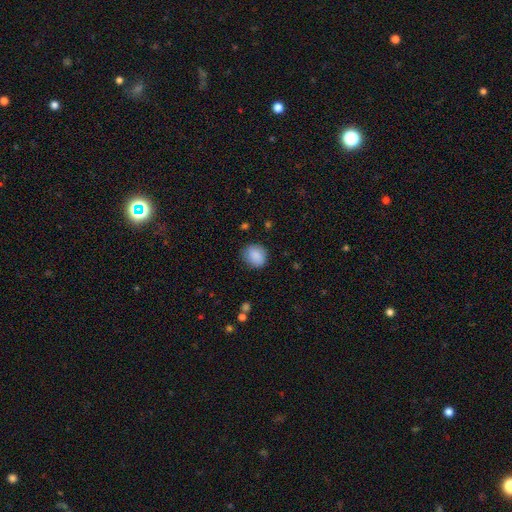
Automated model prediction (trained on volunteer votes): This is clearly a smooth galaxy (86%). How rounded: likely round (64%). Merging: clearly none (82%).